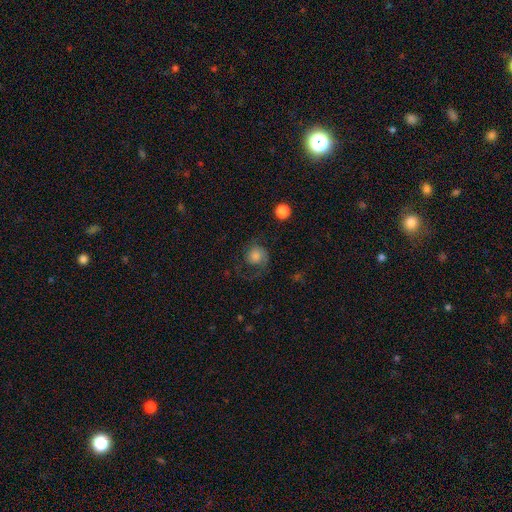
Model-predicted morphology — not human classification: smooth_or_featured: smooth (p=0.52) [alt: featured or disk p=0.38]
how_rounded: round (p=0.82) [alt: in between p=0.17]
merging: none (p=0.53) [alt: major disturbance p=0.26]